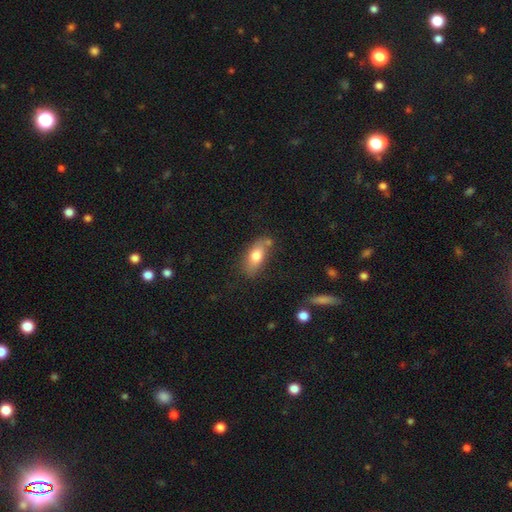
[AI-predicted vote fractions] Smooth or featured? Predicted: smooth (p=0.75). How rounded? Predicted: in between (p=0.83). Merging? Predicted: none (p=0.65).